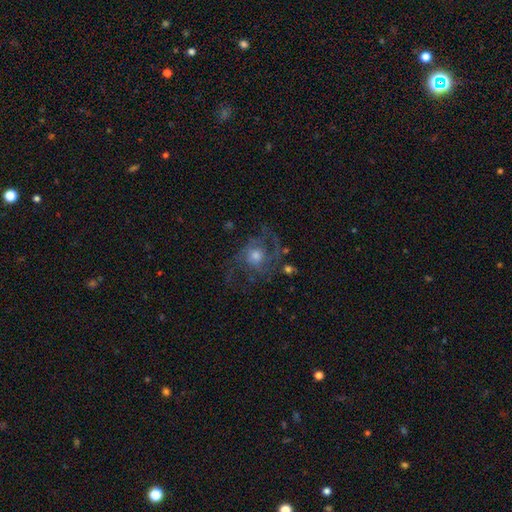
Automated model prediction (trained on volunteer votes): A featured or disk galaxy (74%) with no bar (76%), 2 (36%) medium (49%) spiral arms (87%) and a moderate central bulge (57%).

Vote fractions:
- Smooth or featured? featured or disk: 74% / smooth: 16% / star or artifact: 10%
- Edge-on disk? no: 97% / yes: 3%
- Bar? no: 76% / weak: 21% / strong: 4%
- Spiral arms? yes: 87% / no: 13%
- Spiral winding? medium: 49% / loose: 28% / tight: 23%
- Spiral arm count? 2: 36% / 3: 24% / can't tell: 22% / 4: 7% / 1: 6% / more than 4: 5%
- Bulge size? moderate: 57% / small: 32% / large: 7% / none: 2% / dominant: 1%
- Merging? none: 58% / major disturbance: 22% / minor disturbance: 17% / merger: 3%